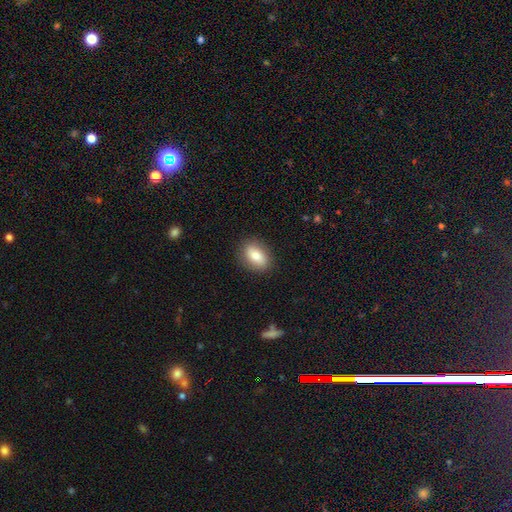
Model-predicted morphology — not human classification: This appears to be a smooth galaxy with no disk features (79%) that is in between round and cigar-shaped (81%). Merging: none (87%).